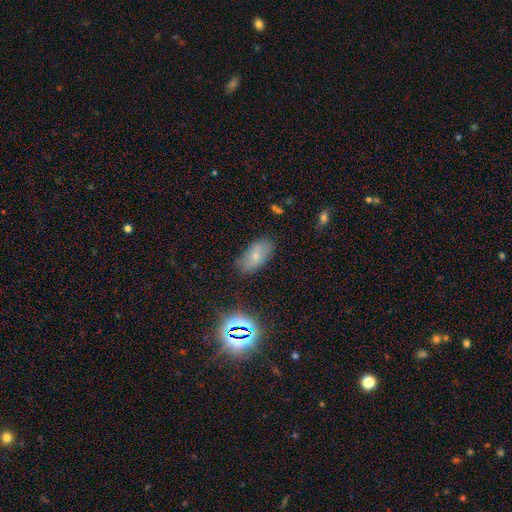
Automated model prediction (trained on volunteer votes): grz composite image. It shows a smooth galaxy with no disk features (68%) that is in between round and cigar-shaped (92%). Merging: none (77%).